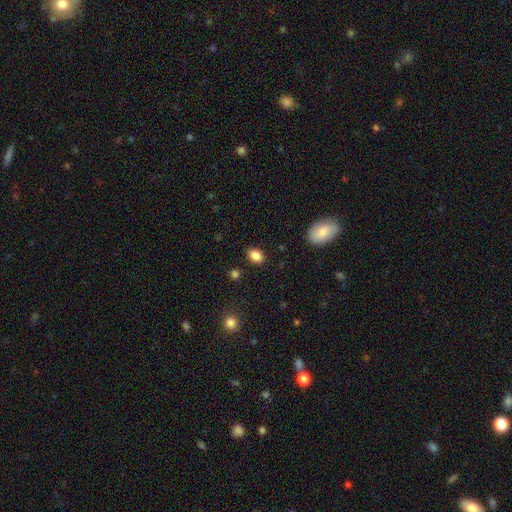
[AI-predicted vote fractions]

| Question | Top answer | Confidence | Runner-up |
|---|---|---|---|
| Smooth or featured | smooth | 87% | star or artifact (9%) |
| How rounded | in between | 73% | round (26%) |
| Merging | none | 87% | minor disturbance (9%) |